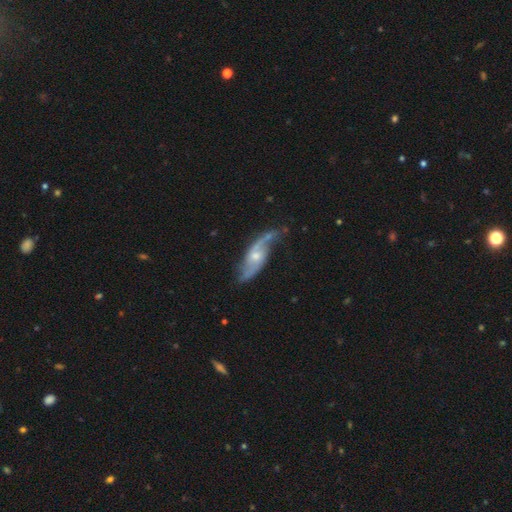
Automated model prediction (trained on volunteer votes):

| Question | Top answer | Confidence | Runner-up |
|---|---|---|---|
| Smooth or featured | featured or disk | 81% | smooth (14%) |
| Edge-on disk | no | 87% | yes (13%) |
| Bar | no | 55% | weak (38%) |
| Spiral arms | yes | 92% | no (8%) |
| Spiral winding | loose | 68% | medium (24%) |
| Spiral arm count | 2 | 86% | can't tell (6%) |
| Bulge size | moderate | 49% | small (44%) |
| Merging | none | 62% | minor disturbance (24%) |